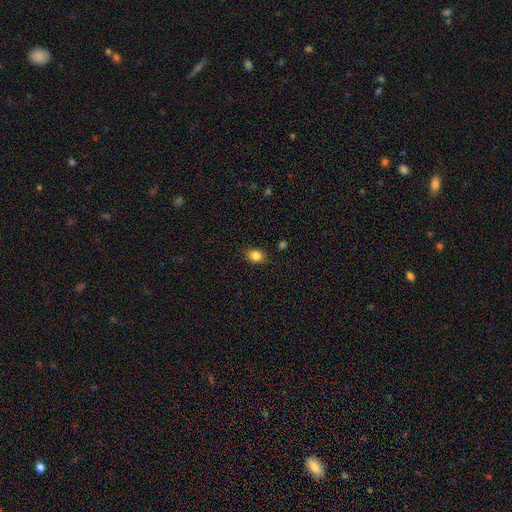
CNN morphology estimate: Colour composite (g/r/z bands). It shows a smooth galaxy with no disk features (84%) that is in between round and cigar-shaped (51%). Merging: none (85%).